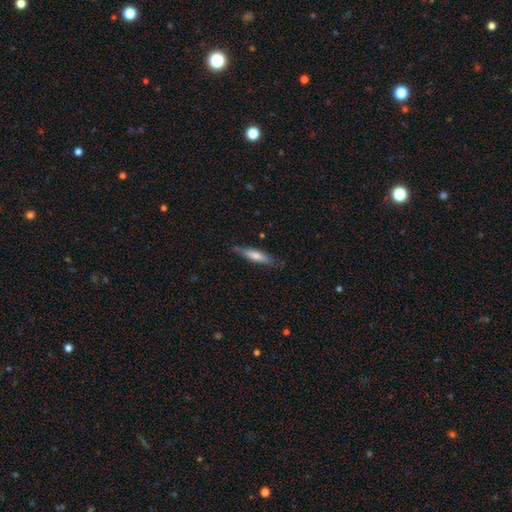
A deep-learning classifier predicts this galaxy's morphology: smooth 66%, featured or disk 28%, star or artifact 6%. Down the decision tree: how rounded — cigar-shaped (80%); merging — none (78%).